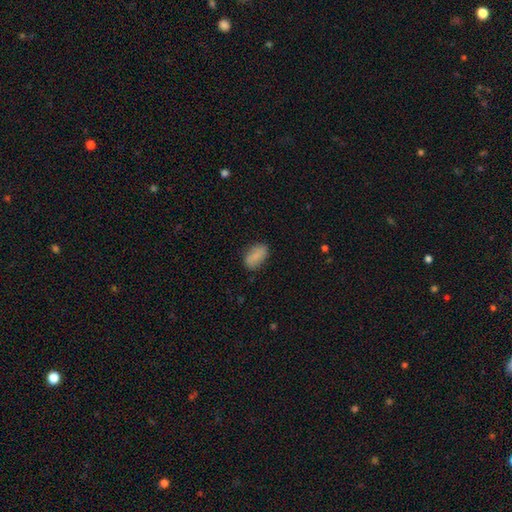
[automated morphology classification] Smooth or featured? Predicted: smooth (p=0.85). How rounded? Predicted: in between (p=0.92). Merging? Predicted: none (p=0.81).